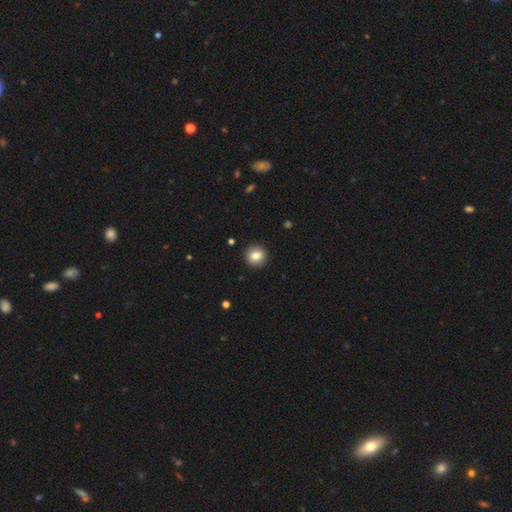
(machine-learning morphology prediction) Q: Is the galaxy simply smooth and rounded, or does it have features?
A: smooth — 83%.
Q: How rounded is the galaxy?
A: round — 92%.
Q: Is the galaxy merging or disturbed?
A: none — 92%.